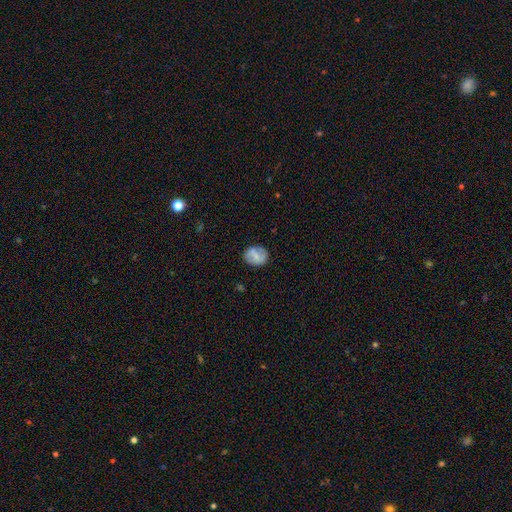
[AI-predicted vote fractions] A smooth galaxy with no disk features (52%) that is round (53%). Merging: none (78%).